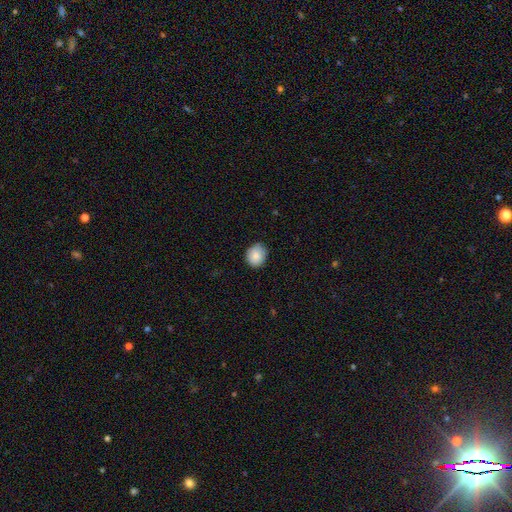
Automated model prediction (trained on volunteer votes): Morphology: type=smooth (87%); roundness=round (65%); merging=none (80%).